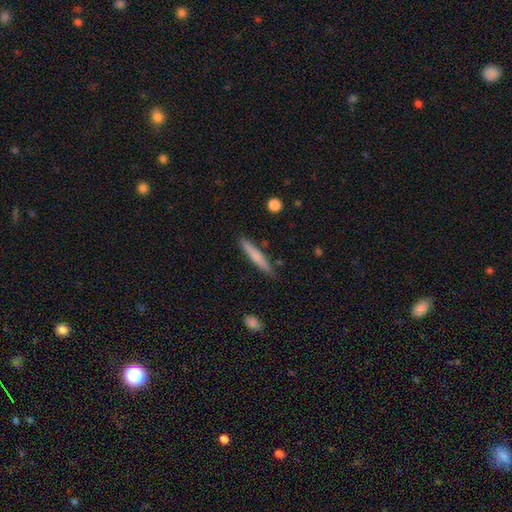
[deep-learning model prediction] Overall: smooth (70%). How rounded: cigar-shaped (93%). Merging: none (86%).